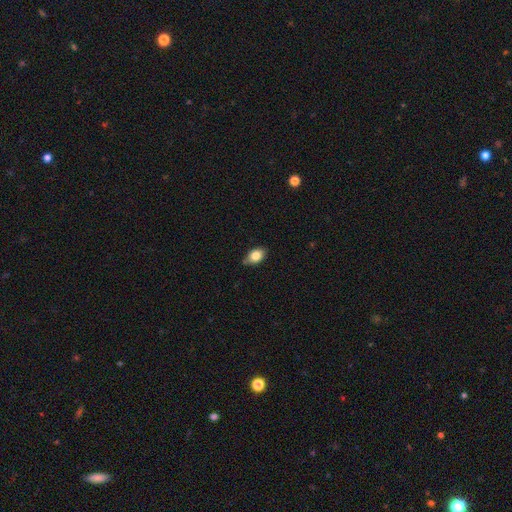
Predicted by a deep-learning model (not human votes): This appears to be a smooth galaxy with no disk features (82%) that is in between round and cigar-shaped (84%). Merging: none (74%).